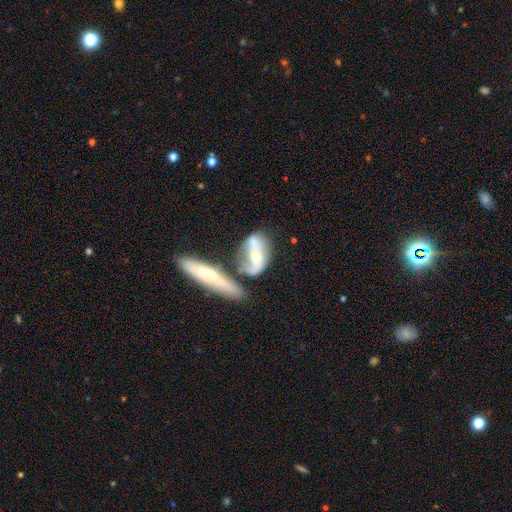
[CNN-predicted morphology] smooth-or-featured: featured or disk: 58% | smooth: 36% | star or artifact: 6%
  disk-edge-on: no: 75% | yes: 25%
  merging: none: 37% | merger: 34% | minor disturbance: 18% | major disturbance: 11%